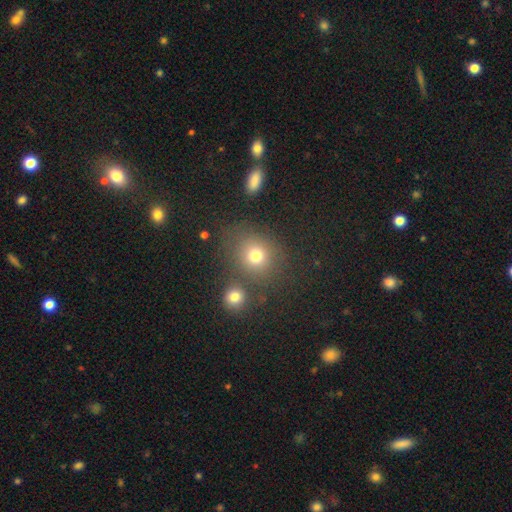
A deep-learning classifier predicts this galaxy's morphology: type=smooth (74%); roundness=round (79%); merging=none (70%).